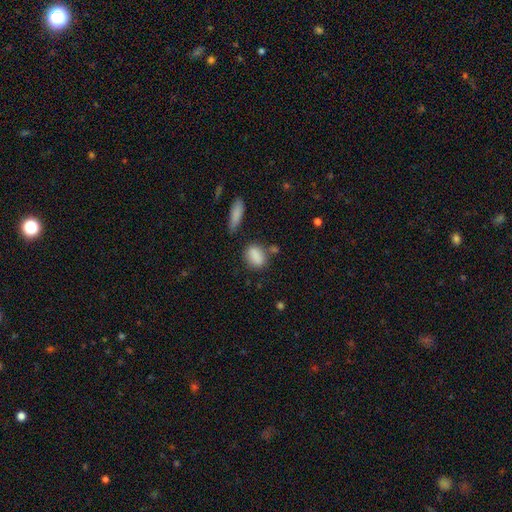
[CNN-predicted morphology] Smooth or featured? Predicted: smooth (p=0.85). How rounded? Predicted: in between (p=0.71). Merging? Predicted: none (p=0.68).